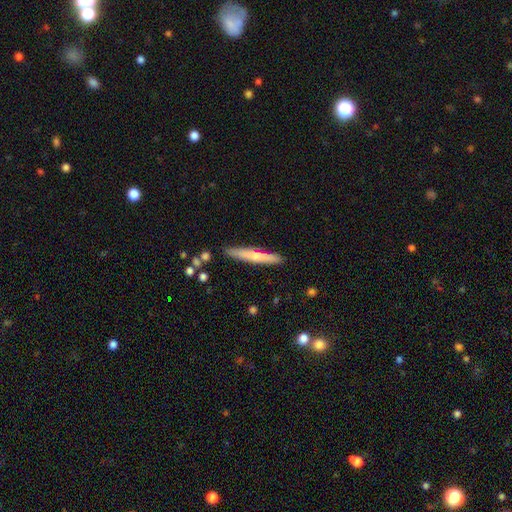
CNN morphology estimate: Smooth or featured? smooth (51%)
How rounded? cigar-shaped (94%)
Merging? none (88%)